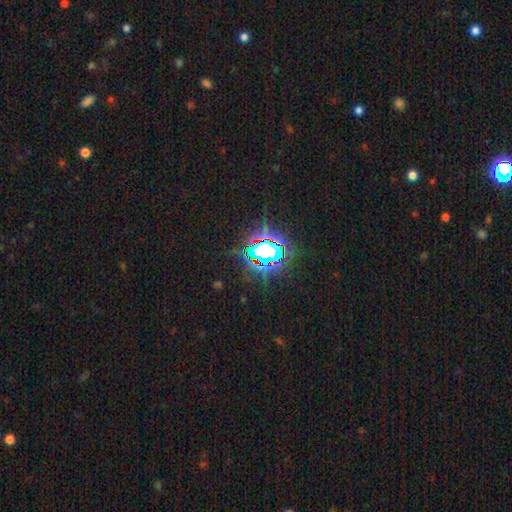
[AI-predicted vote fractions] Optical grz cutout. It shows a star or artifact, not a galaxy (79%).